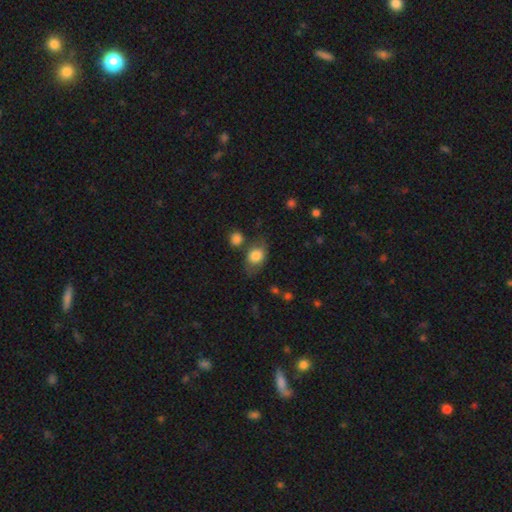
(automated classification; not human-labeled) The model was most divided on "merging": none: 61%, minor disturbance: 22%, merger: 9%, major disturbance: 8%. More confident: smooth or featured — smooth (77%); how rounded — in between (73%).